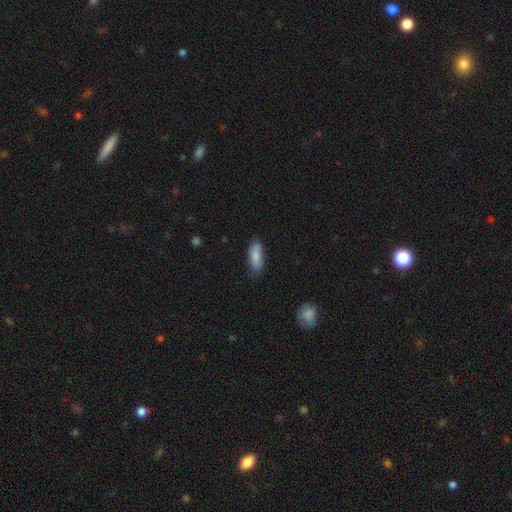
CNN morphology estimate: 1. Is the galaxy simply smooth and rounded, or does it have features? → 85% smooth, 9% featured or disk, 6% star or artifact.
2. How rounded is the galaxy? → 74% in between, 24% cigar-shaped, 2% round.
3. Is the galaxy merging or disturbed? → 72% none, 22% minor disturbance, 4% major disturbance, 2% merger.